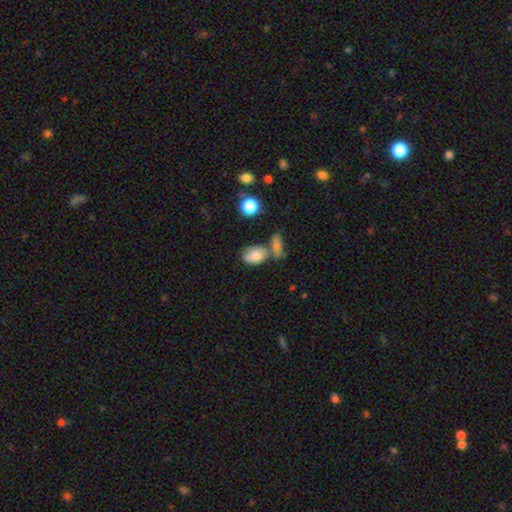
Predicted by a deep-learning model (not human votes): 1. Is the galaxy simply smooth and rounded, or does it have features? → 75% smooth, 16% featured or disk, 9% star or artifact.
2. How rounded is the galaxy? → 82% in between, 16% round, 2% cigar-shaped.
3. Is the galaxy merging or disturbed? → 39% none, 34% merger, 19% minor disturbance, 8% major disturbance.